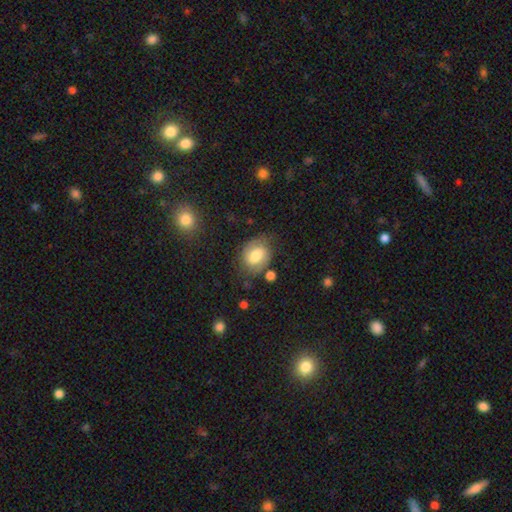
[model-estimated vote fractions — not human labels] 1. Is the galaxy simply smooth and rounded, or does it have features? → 52% smooth, 38% featured or disk, 9% star or artifact.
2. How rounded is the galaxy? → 53% in between, 46% round, 1% cigar-shaped.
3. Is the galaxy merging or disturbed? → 64% none, 23% minor disturbance, 9% major disturbance, 4% merger.